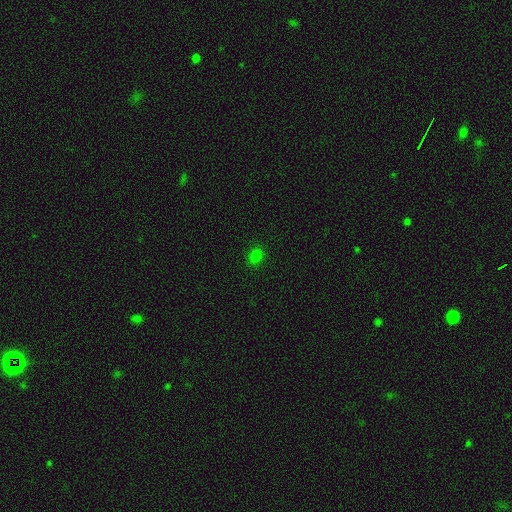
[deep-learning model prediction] Overall: smooth (78%). How rounded: round (54%; in between 44%). Merging: none (89%).